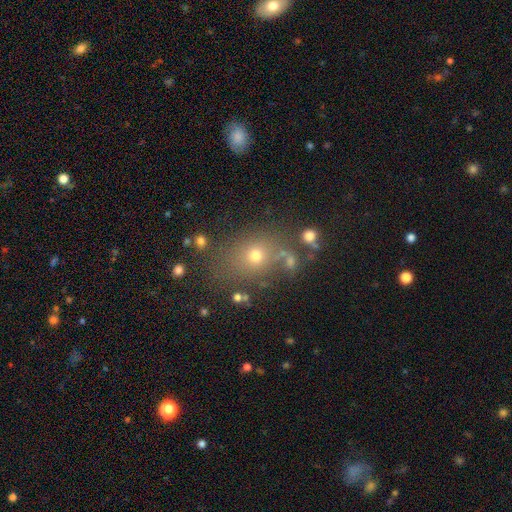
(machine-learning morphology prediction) Overall: smooth (64%). How rounded: round (57%; in between 42%). Merging: none (68%).